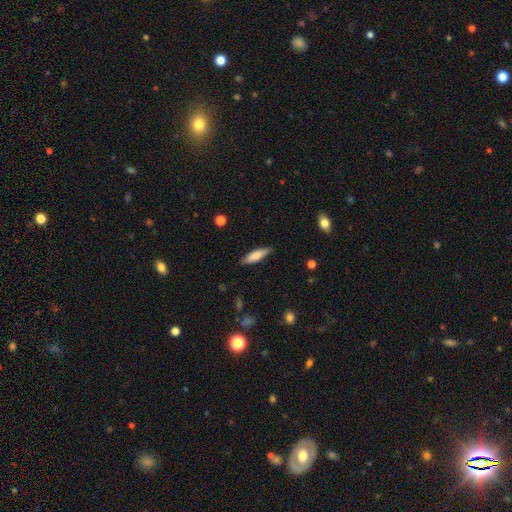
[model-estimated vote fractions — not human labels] Morphology: type=smooth (74%); roundness=cigar-shaped (63%); merging=none (86%).